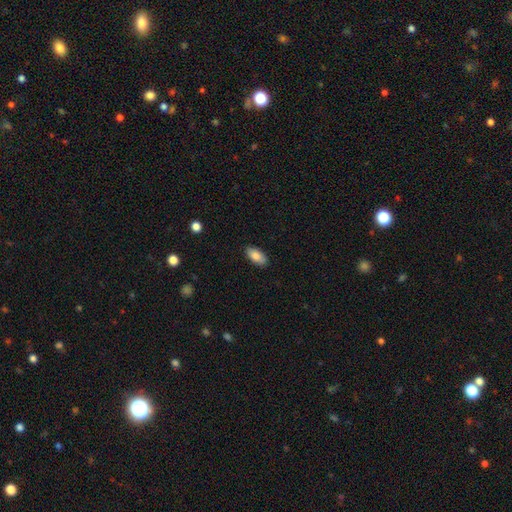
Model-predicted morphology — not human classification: A smooth galaxy with no disk features (83%) that is in between round and cigar-shaped (90%).

Vote fractions:
- Smooth or featured? smooth: 83% / featured or disk: 10% / star or artifact: 7%
- How rounded? in between: 90% / cigar-shaped: 7% / round: 3%
- Merging? none: 88% / minor disturbance: 9% / major disturbance: 2% / merger: 1%